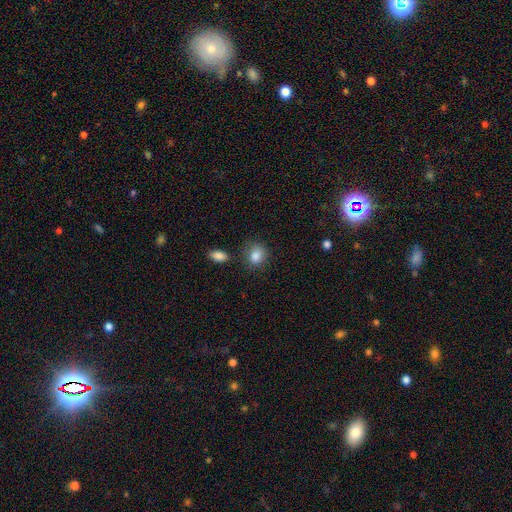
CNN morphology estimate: This appears to be a smooth galaxy with no disk features (86%) that is round (62%). Merging: none (76%).